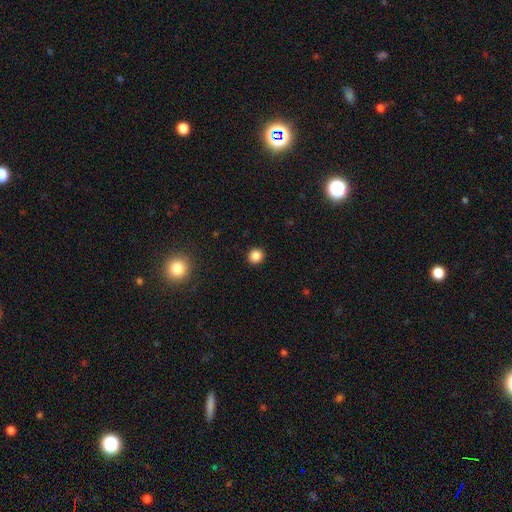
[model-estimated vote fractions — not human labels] The model was most divided on "smooth or featured": smooth: 85%, star or artifact: 11%, featured or disk: 3%. More confident: merging — none (92%); how rounded — round (89%).